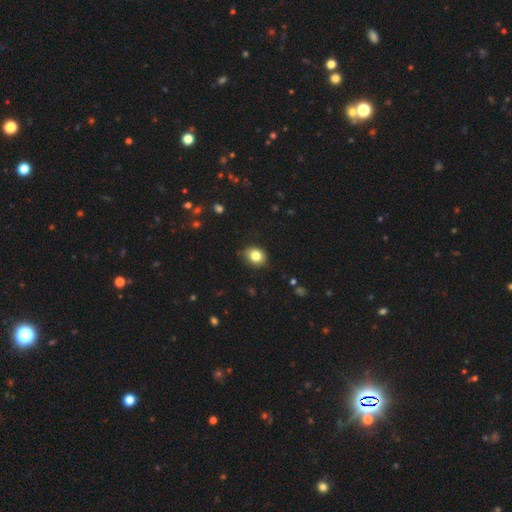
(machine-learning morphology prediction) type=smooth (82%); roundness=round (59%); merging=none (85%).